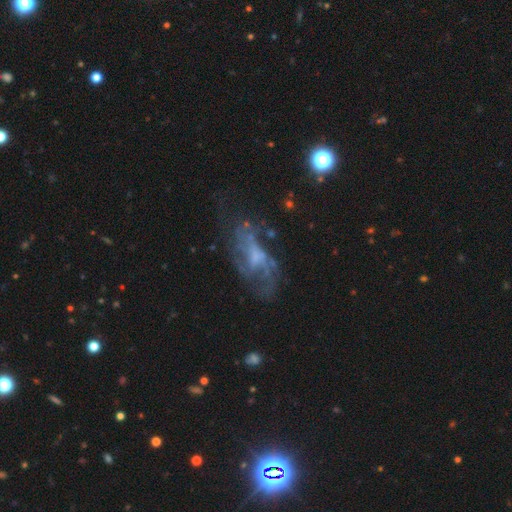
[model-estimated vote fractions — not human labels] This appears to be a featured or disk galaxy (72%) with no bar (57%), spiral arms (72%) and a small central bulge (35%). Merging: none (50%).